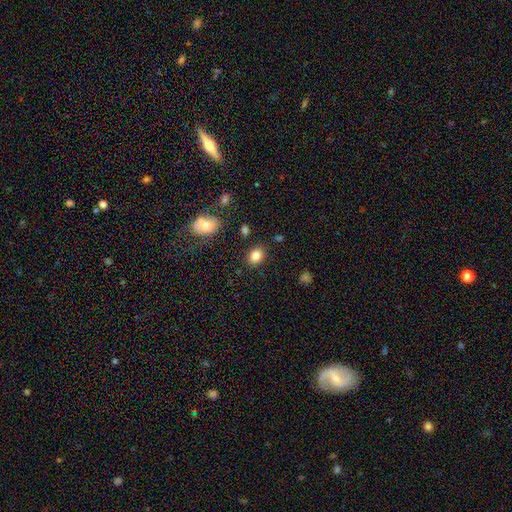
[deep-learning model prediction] smooth_or_featured: smooth (p=0.84) [alt: star or artifact p=0.10]
how_rounded: in between (p=0.65) [alt: round p=0.34]
merging: none (p=0.84) [alt: minor disturbance p=0.10]